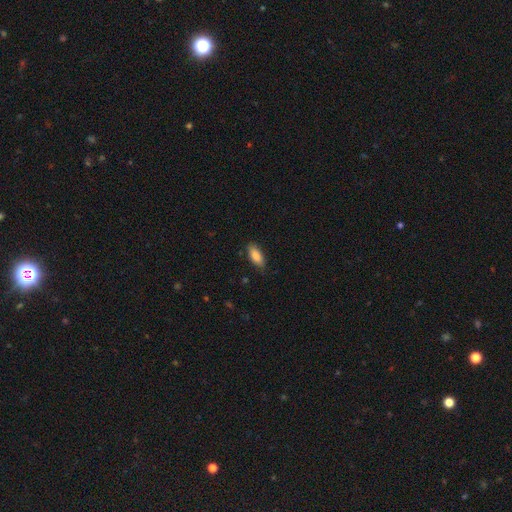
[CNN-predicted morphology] The model was most divided on "how rounded": in between: 83%, cigar-shaped: 15%, round: 2%. More confident: smooth or featured — smooth (84%); merging — none (82%).